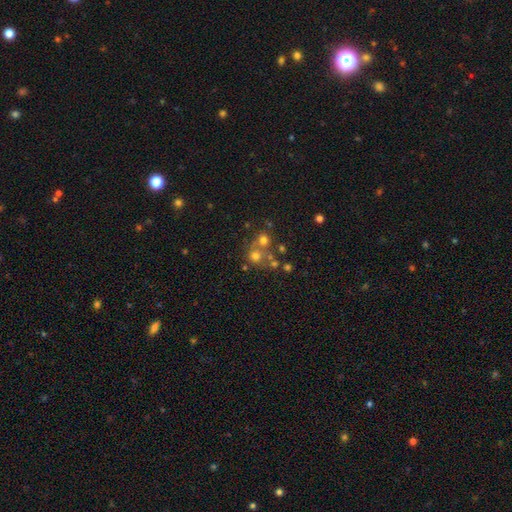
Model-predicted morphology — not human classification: smooth 61%, star or artifact 21%, featured or disk 18%. Down the decision tree: how rounded — round (86%); merging — none (46%).